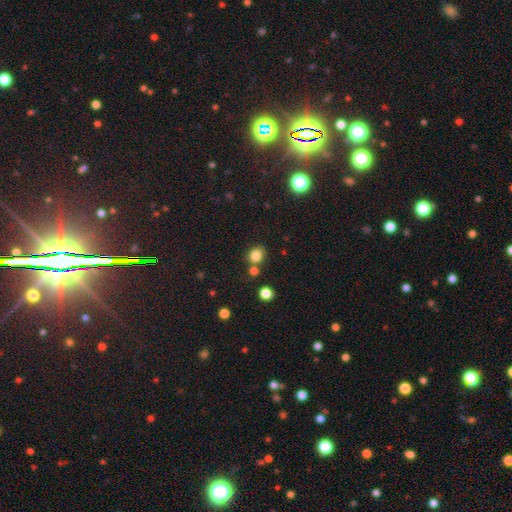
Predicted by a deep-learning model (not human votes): Smooth or featured?
  - smooth: 82% *
  - star or artifact: 12%
  - featured or disk: 5%
How rounded?
  - round: 61% *
  - in between: 38%
  - cigar-shaped: 1%
Merging?
  - none: 69% *
  - merger: 15%
  - minor disturbance: 12%
  - major disturbance: 4%